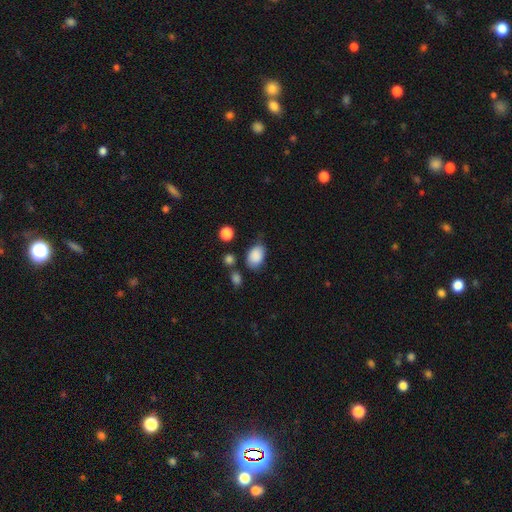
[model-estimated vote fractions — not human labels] Q: Smooth or featured?
A: smooth (87%); runner-up: star or artifact (8%)
Q: How rounded?
A: in between (83%); runner-up: round (15%)
Q: Merging?
A: none (63%); runner-up: minor disturbance (24%)